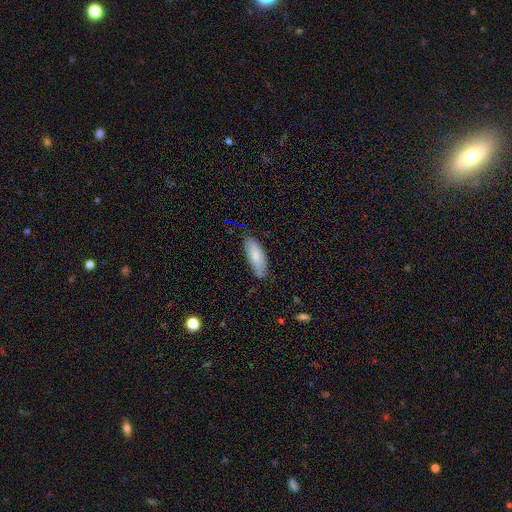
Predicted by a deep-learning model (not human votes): Smooth or featured? smooth (80%)
How rounded? in between (68%)
Merging? none (74%)